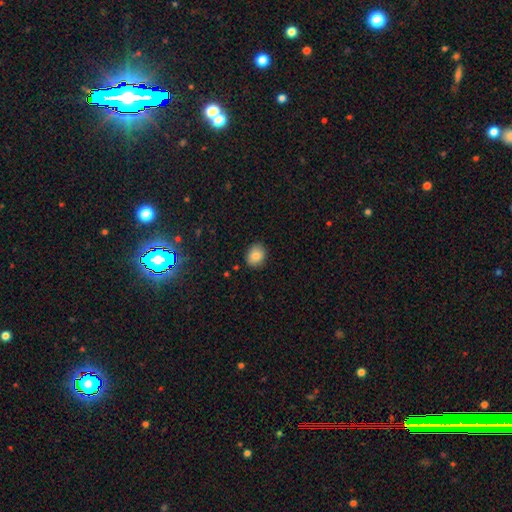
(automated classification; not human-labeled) Smooth or featured: smooth — 83% (star or artifact — 9%)
How rounded: in between — 50% (round — 49%)
Merging: none — 87% (minor disturbance — 10%)